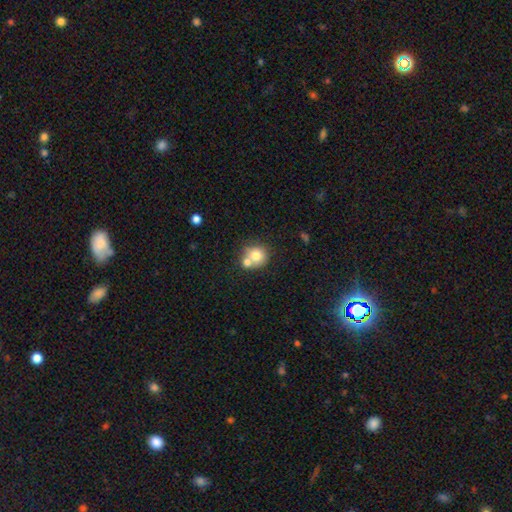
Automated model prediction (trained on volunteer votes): Morphology: type=smooth (73%); roundness=round (83%); merging=merger (50%).